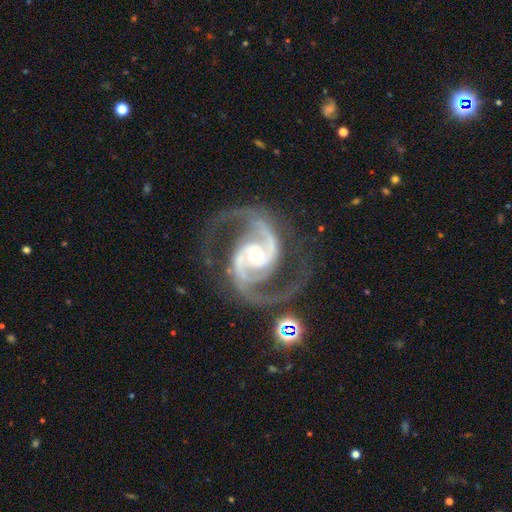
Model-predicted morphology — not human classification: A featured or disk galaxy (94%) with no bar (46%), 2 (90%) medium (66%) spiral arms (99%) and a moderate central bulge (50%).

Vote fractions:
- Smooth or featured? featured or disk: 94% / star or artifact: 4% / smooth: 2%
- Edge-on disk? no: 98% / yes: 2%
- Bar? no: 46% / weak: 33% / strong: 21%
- Spiral arms? yes: 99% / no: 1%
- Spiral winding? medium: 66% / tight: 21% / loose: 13%
- Spiral arm count? 2: 90% / 3: 4% / can't tell: 2% / 4: 1% / 1: 1% / more than 4: 1%
- Bulge size? moderate: 50% / small: 45% / large: 3% / none: 1% / dominant: 1%
- Merging? none: 73% / minor disturbance: 15% / major disturbance: 10% / merger: 2%